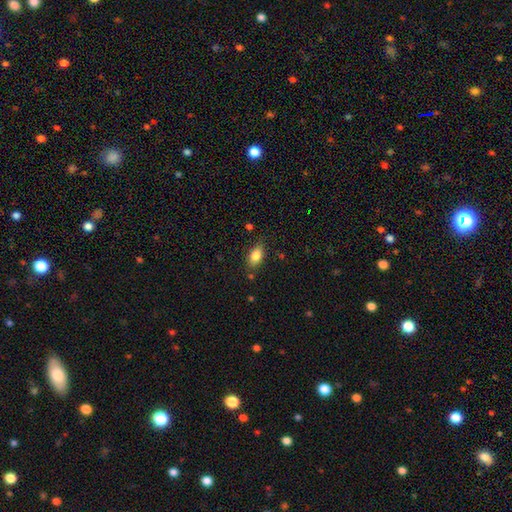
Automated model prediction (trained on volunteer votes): A smooth galaxy with no disk features (83%) that is in between round and cigar-shaped (86%). Merging: none (77%).